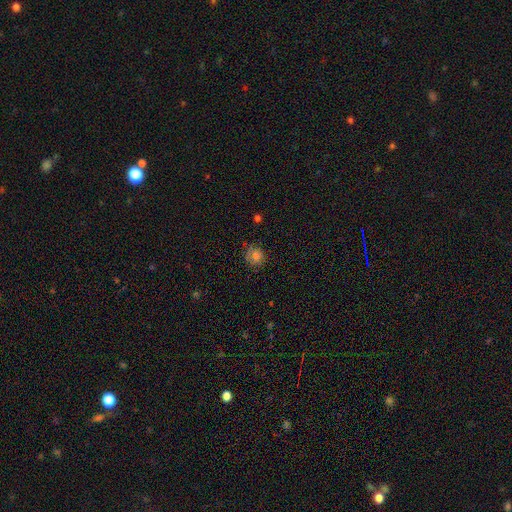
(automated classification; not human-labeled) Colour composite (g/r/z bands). It shows a smooth galaxy with no disk features (71%) that is round (80%). Merging: none (78%).